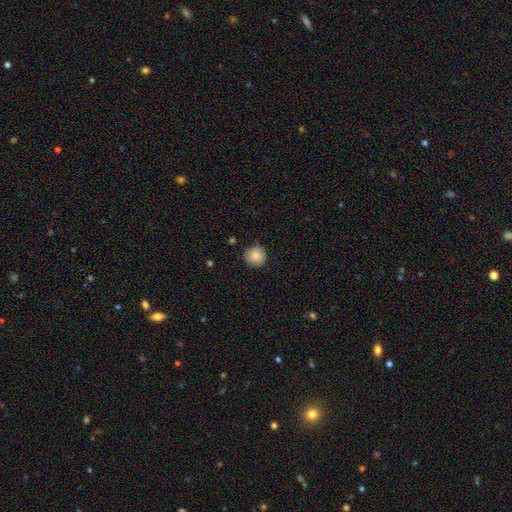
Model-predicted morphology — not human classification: smooth_or_featured: smooth (p=0.86) [alt: star or artifact p=0.09]
how_rounded: round (p=0.93) [alt: in between p=0.06]
merging: none (p=0.83) [alt: minor disturbance p=0.13]